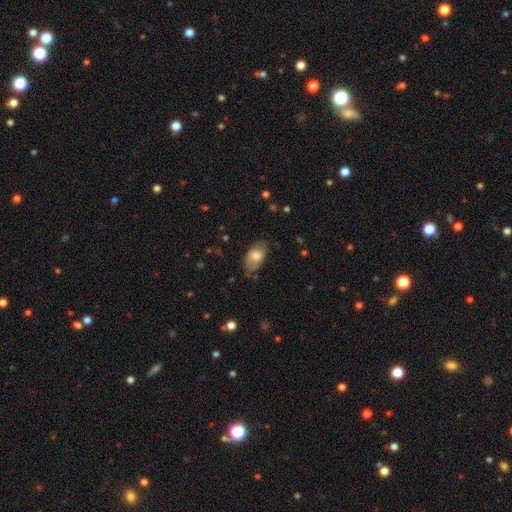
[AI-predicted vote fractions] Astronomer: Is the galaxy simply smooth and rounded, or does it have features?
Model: smooth — 68%.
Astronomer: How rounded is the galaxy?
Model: in between — 92%.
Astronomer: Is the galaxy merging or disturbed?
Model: none — 69%.